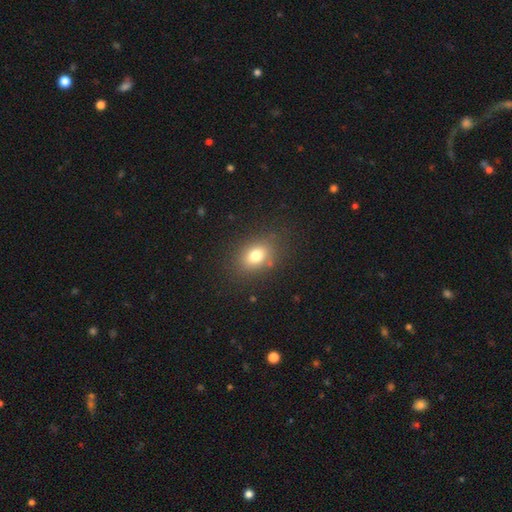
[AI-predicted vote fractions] Smooth or featured: smooth — 77% (star or artifact — 12%)
How rounded: in between — 68% (round — 31%)
Merging: none — 82% (minor disturbance — 12%)